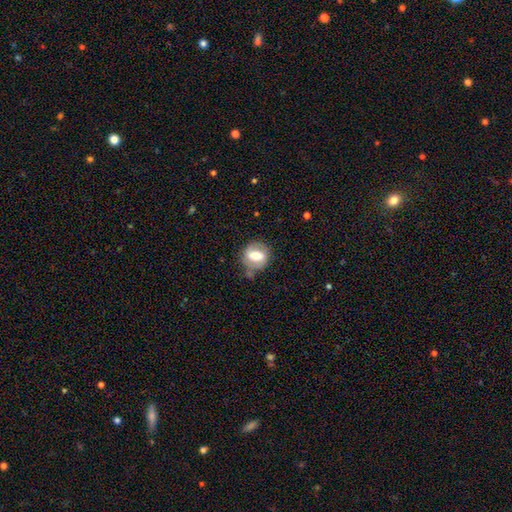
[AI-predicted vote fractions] Overall: smooth (50%; featured or disk 42%). How rounded: round (61%; in between 37%). Merging: none (62%; minor disturbance 24%).